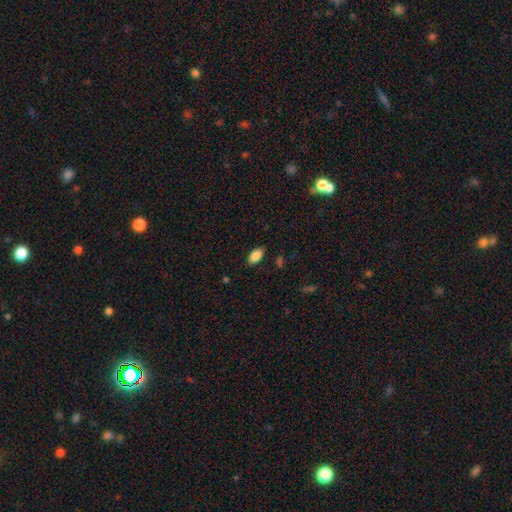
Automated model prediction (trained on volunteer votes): Morphology: type=smooth (86%); roundness=in between (92%); merging=none (86%).